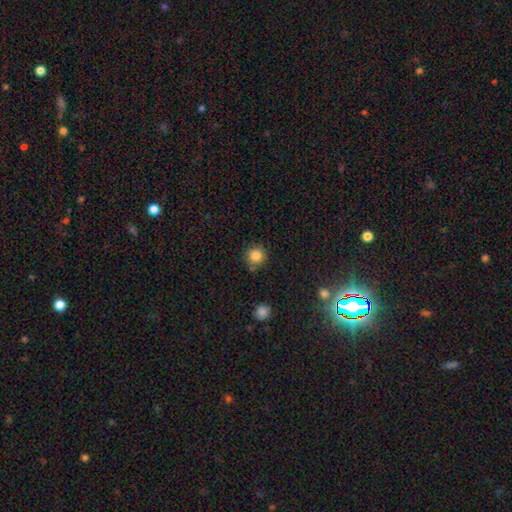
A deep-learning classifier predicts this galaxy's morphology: Smooth or featured: smooth — 84% (star or artifact — 11%)
How rounded: round — 94% (in between — 5%)
Merging: none — 82% (minor disturbance — 9%)